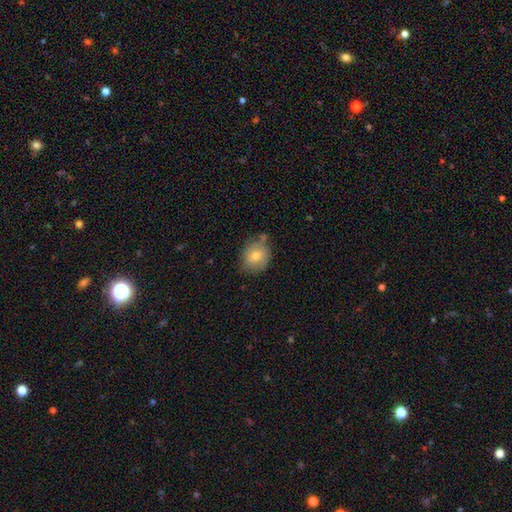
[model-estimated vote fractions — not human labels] smooth_or_featured: smooth (p=0.67) [alt: featured or disk p=0.24]
how_rounded: round (p=0.67) [alt: in between p=0.32]
merging: none (p=0.67) [alt: minor disturbance p=0.23]